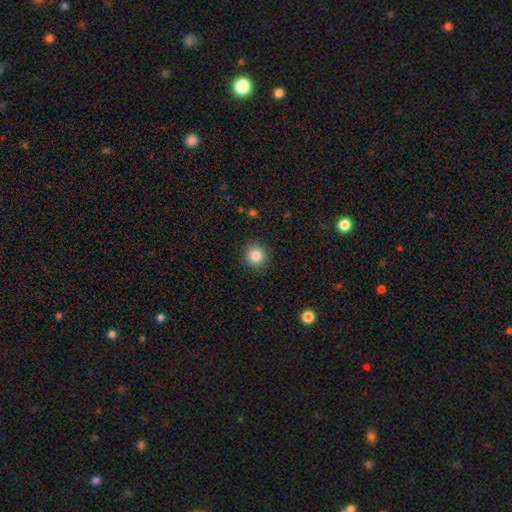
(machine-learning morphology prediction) The model was most divided on "smooth or featured": smooth: 84%, star or artifact: 10%, featured or disk: 6%. More confident: how rounded — round (93%); merging — none (91%).